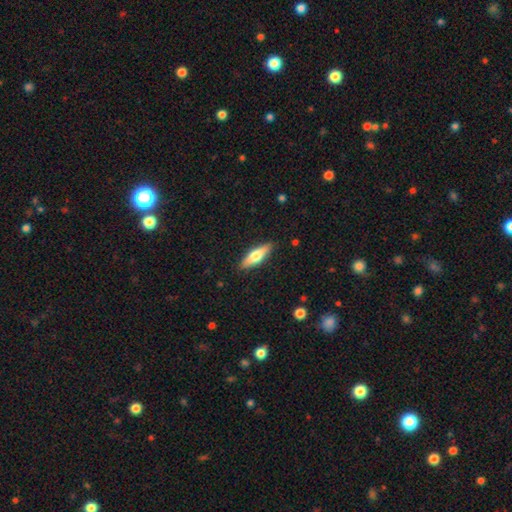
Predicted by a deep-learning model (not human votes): Overall: smooth (54%; featured or disk 40%). How rounded: cigar-shaped (56%; in between 41%). Merging: none (89%).